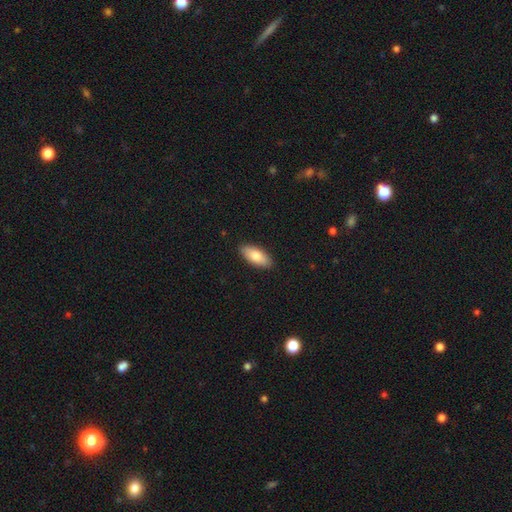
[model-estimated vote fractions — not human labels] smooth_or_featured: smooth (p=0.81) [alt: featured or disk p=0.13]
how_rounded: in between (p=0.85) [alt: cigar-shaped p=0.14]
merging: none (p=0.89) [alt: minor disturbance p=0.08]